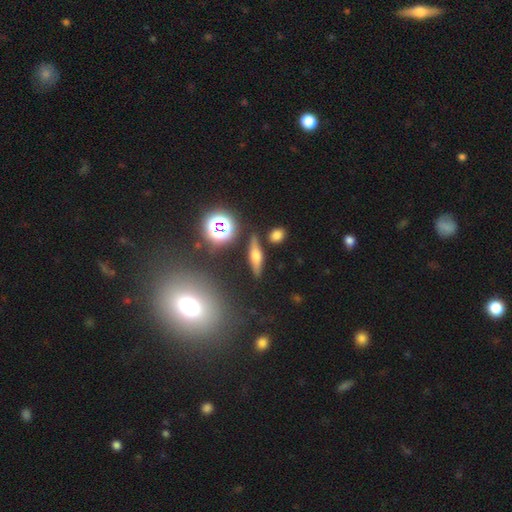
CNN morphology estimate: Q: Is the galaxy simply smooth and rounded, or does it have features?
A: featured or disk — 46%.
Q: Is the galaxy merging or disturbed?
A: none — 83%.